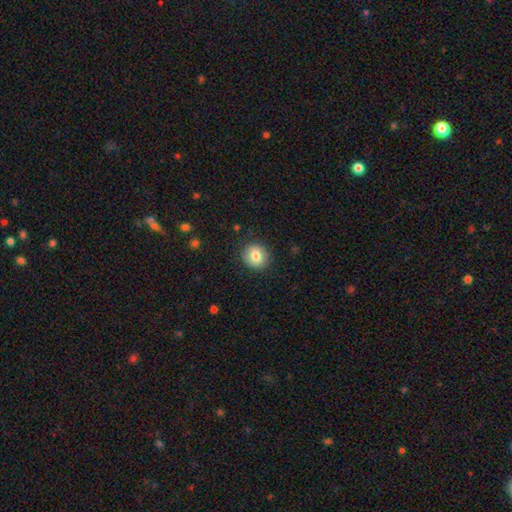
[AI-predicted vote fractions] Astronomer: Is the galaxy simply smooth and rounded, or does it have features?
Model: smooth — 81%.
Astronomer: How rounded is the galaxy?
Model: round — 85%.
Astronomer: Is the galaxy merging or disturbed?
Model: none — 89%.